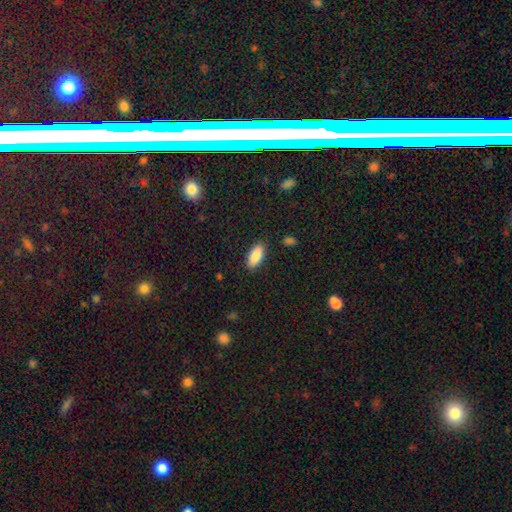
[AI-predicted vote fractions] Smooth or featured? smooth (86%)
How rounded? in between (86%)
Merging? none (87%)